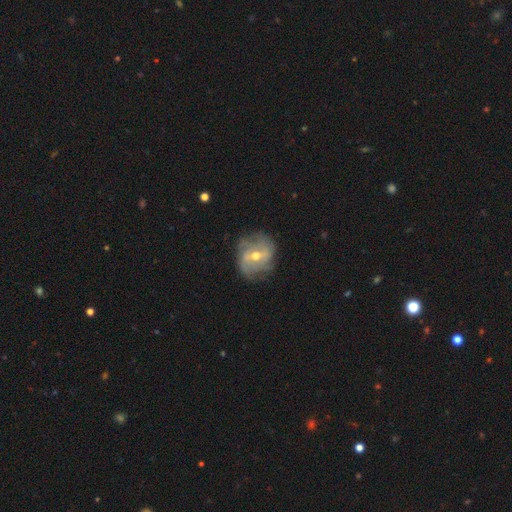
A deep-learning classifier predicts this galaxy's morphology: This appears to be a featured or disk galaxy (76%) with a weak bar (48%), 2 (35%) medium (38%) spiral arms (82%) and a moderate central bulge (66%). Merging: none (68%).